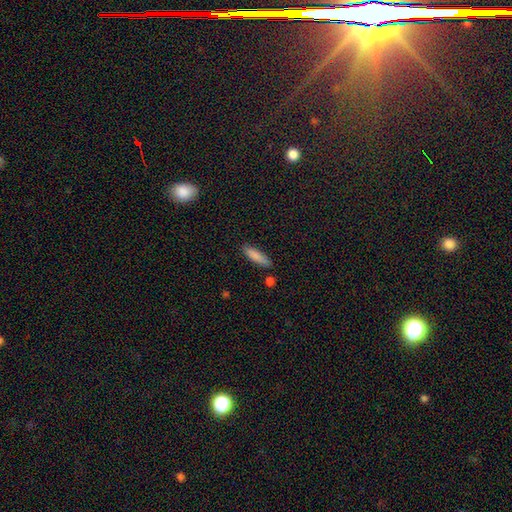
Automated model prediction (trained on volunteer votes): Smooth or featured?
  - smooth: 85% *
  - featured or disk: 8%
  - star or artifact: 6%
How rounded?
  - cigar-shaped: 67% *
  - in between: 31%
  - round: 2%
Merging?
  - none: 81% *
  - minor disturbance: 13%
  - merger: 4%
  - major disturbance: 3%